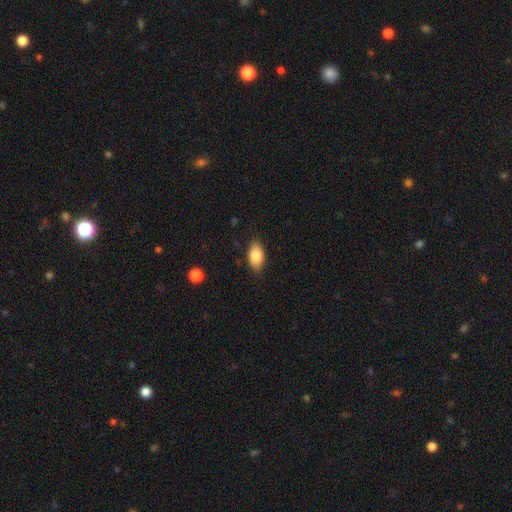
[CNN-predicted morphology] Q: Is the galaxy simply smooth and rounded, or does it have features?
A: smooth — 87%.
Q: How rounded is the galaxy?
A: in between — 92%.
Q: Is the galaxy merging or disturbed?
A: none — 84%.